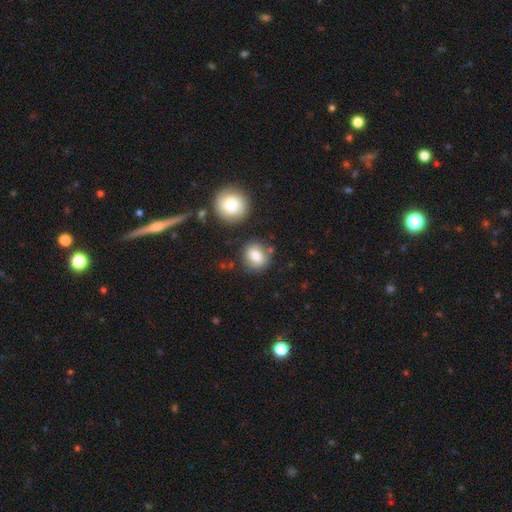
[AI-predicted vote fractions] A smooth galaxy with no disk features (78%) that is round (80%).

Vote fractions:
- Smooth or featured? smooth: 78% / featured or disk: 13% / star or artifact: 9%
- How rounded? round: 80% / in between: 19% / cigar-shaped: 1%
- Merging? none: 77% / minor disturbance: 12% / merger: 7% / major disturbance: 4%